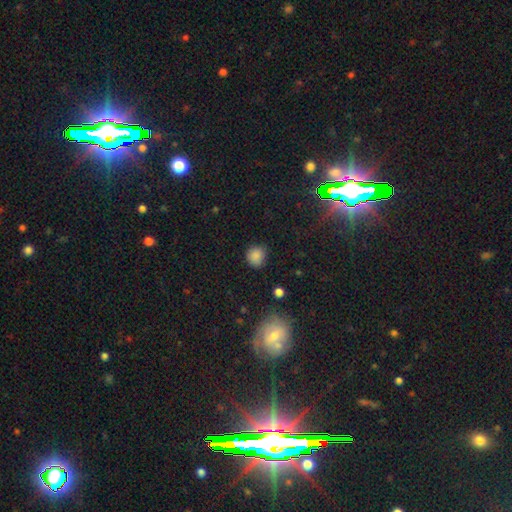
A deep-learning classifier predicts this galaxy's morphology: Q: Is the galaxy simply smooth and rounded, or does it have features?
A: smooth — 84%.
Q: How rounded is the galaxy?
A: round — 86%.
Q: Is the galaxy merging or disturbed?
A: none — 81%.